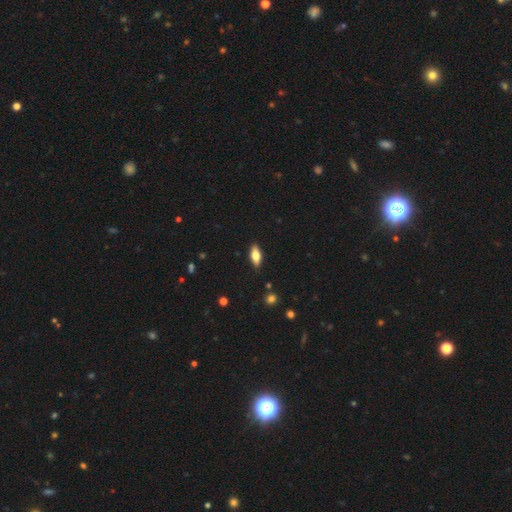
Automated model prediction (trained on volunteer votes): Smooth or featured? Predicted: smooth (p=0.66). How rounded? Predicted: in between (p=0.77). Merging? Predicted: none (p=0.87).